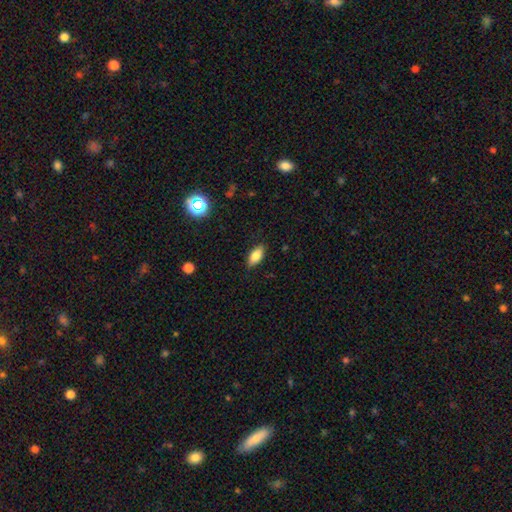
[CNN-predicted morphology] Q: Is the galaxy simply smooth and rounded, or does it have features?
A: smooth — 77%.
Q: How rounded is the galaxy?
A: in between — 85%.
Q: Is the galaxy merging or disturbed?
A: none — 87%.